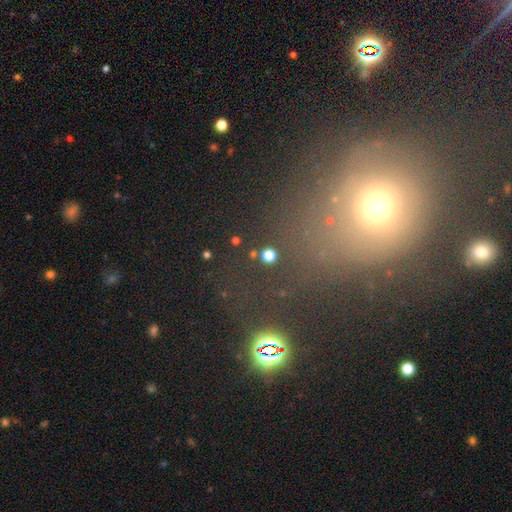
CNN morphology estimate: The model was most divided on "smooth or featured": smooth: 48%, star or artifact: 38%, featured or disk: 14%. More confident: merging — none (58%).